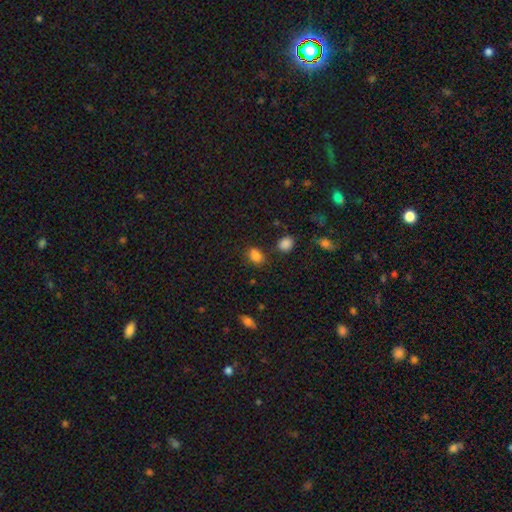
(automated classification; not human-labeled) Smooth or featured? smooth (82%)
How rounded? in between (73%)
Merging? none (66%)